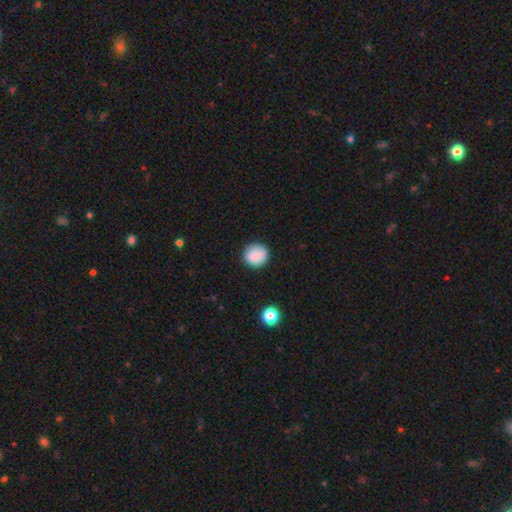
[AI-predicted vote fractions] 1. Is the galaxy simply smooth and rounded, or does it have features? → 86% smooth, 8% star or artifact, 6% featured or disk.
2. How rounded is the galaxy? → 90% round, 10% in between, 1% cigar-shaped.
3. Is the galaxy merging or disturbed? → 89% none, 8% minor disturbance, 2% major disturbance, 1% merger.